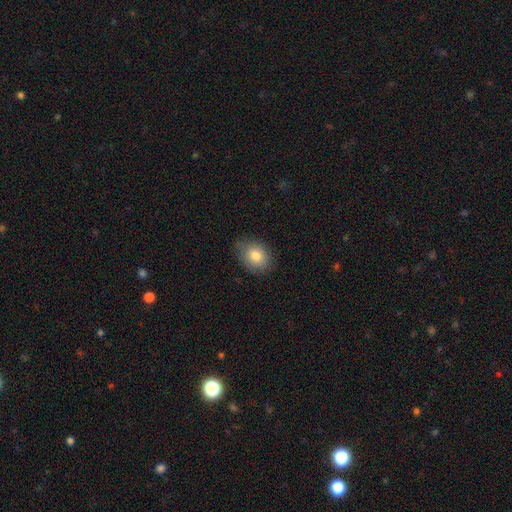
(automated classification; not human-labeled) smooth-or-featured: smooth: 82% | featured or disk: 9% | star or artifact: 9%
  how-rounded: in between: 61% | round: 38% | cigar-shaped: 1%
  merging: none: 79% | minor disturbance: 17% | major disturbance: 3% | merger: 1%